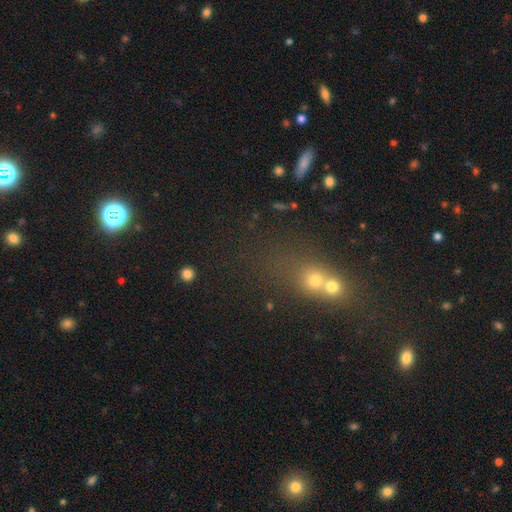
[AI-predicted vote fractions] Smooth or featured? Predicted: star or artifact (p=0.43).